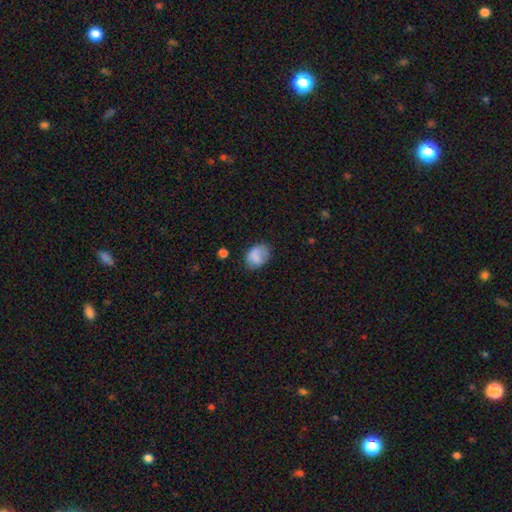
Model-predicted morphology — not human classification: Smooth or featured?
  - smooth: 81% *
  - featured or disk: 9%
  - star or artifact: 9%
How rounded?
  - in between: 65% *
  - round: 34%
  - cigar-shaped: 1%
Merging?
  - none: 62% *
  - minor disturbance: 26%
  - major disturbance: 9%
  - merger: 3%